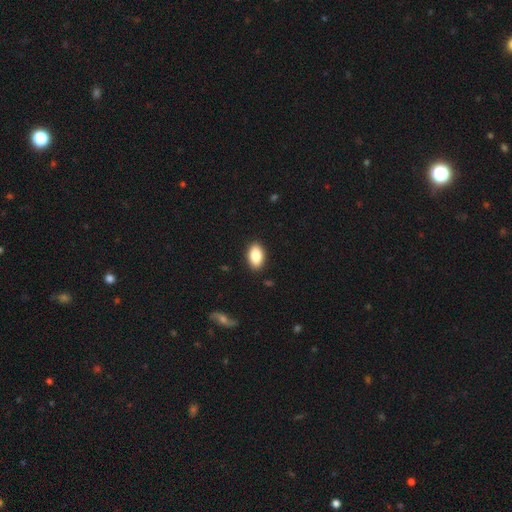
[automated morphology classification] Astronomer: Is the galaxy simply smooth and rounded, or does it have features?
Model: smooth — 84%.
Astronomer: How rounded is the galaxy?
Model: in between — 92%.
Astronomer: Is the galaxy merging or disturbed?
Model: none — 90%.